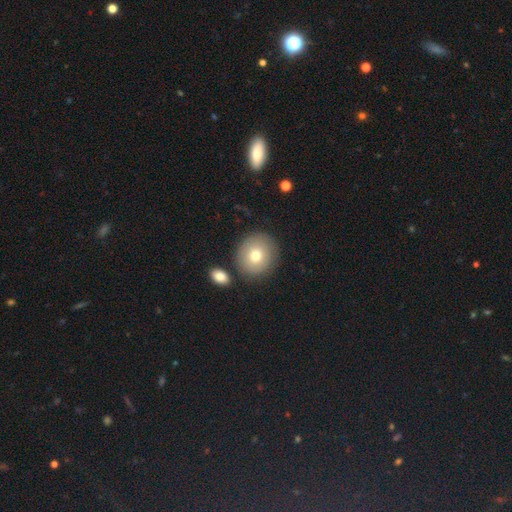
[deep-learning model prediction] Smooth or featured: smooth — 74% (featured or disk — 17%)
How rounded: round — 79% (in between — 20%)
Merging: none — 81% (minor disturbance — 9%)